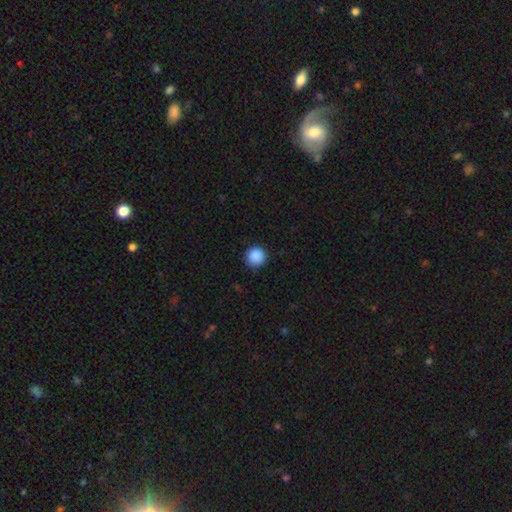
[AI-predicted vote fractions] smooth-or-featured: smooth: 89% | star or artifact: 9% | featured or disk: 2%
  how-rounded: round: 95% | in between: 4% | cigar-shaped: 1%
  merging: none: 90% | minor disturbance: 8% | major disturbance: 2% | merger: 1%